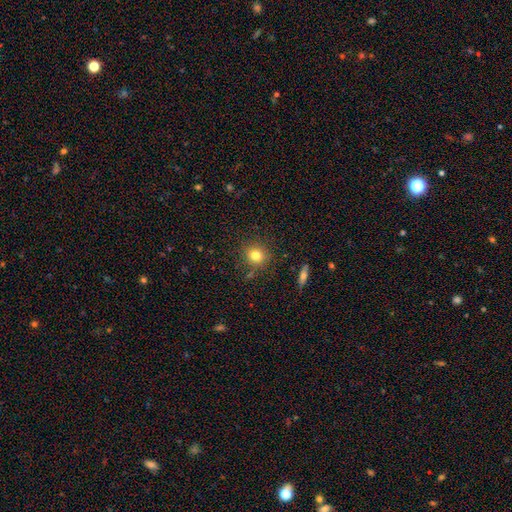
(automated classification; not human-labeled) Q: Smooth or featured?
A: smooth (79%); runner-up: star or artifact (12%)
Q: How rounded?
A: round (88%); runner-up: in between (11%)
Q: Merging?
A: none (83%); runner-up: minor disturbance (10%)